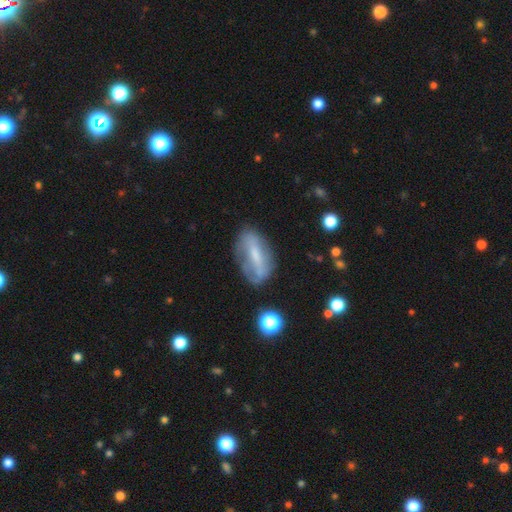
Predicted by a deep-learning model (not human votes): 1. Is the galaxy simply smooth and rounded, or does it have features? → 48% featured or disk, 43% smooth, 9% star or artifact.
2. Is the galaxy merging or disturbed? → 64% none, 23% minor disturbance, 10% major disturbance, 3% merger.